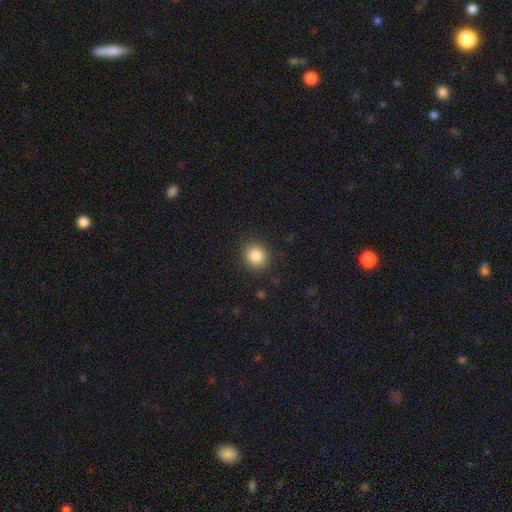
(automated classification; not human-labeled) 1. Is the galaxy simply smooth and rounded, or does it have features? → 86% smooth, 9% star or artifact, 5% featured or disk.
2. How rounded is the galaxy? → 85% round, 14% in between, 1% cigar-shaped.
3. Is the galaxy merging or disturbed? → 89% none, 7% minor disturbance, 3% major disturbance, 1% merger.